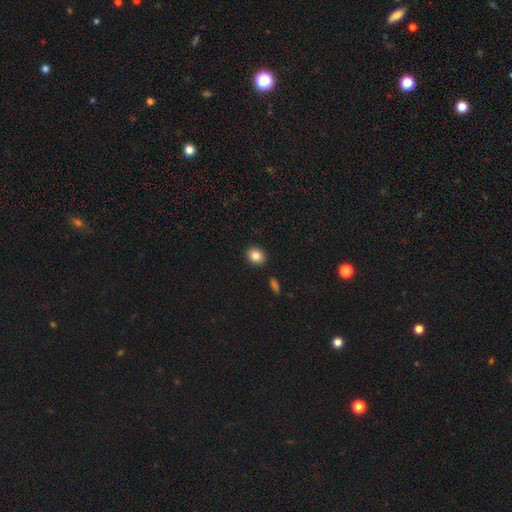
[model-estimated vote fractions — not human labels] Overall: smooth (84%). How rounded: round (57%; in between 42%). Merging: none (89%).